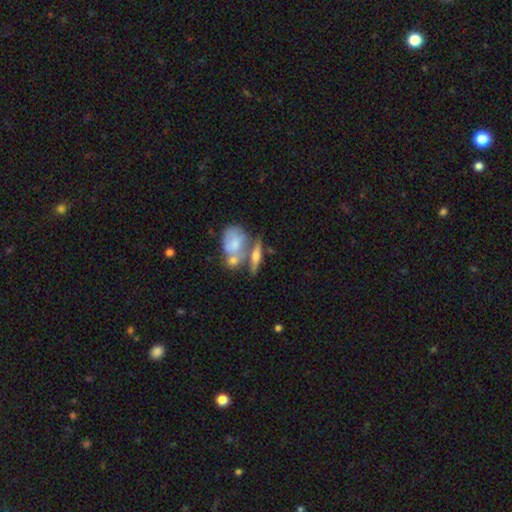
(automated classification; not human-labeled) Smooth or featured? featured or disk (49%)
Merging? none (49%)